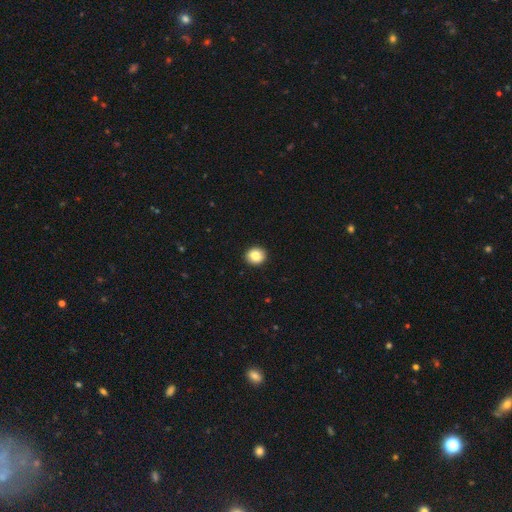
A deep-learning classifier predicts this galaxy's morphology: Overall: smooth (85%). How rounded: round (85%). Merging: none (93%).